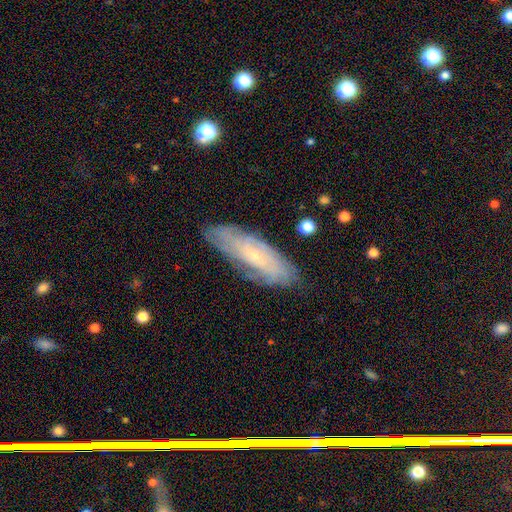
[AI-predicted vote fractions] Smooth or featured? Predicted: featured or disk (p=0.66). Edge-on disk? Predicted: no (p=0.80). Bar? Predicted: no (p=0.73). Spiral arms? Predicted: yes (p=0.83). Bulge size? Predicted: small (p=0.82). Merging? Predicted: none (p=0.77).